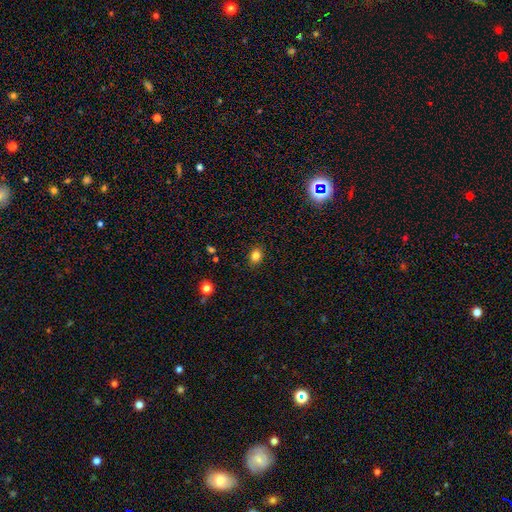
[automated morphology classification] This appears to be a smooth galaxy with no disk features (81%) that is in between round and cigar-shaped (52%). Merging: none (88%).